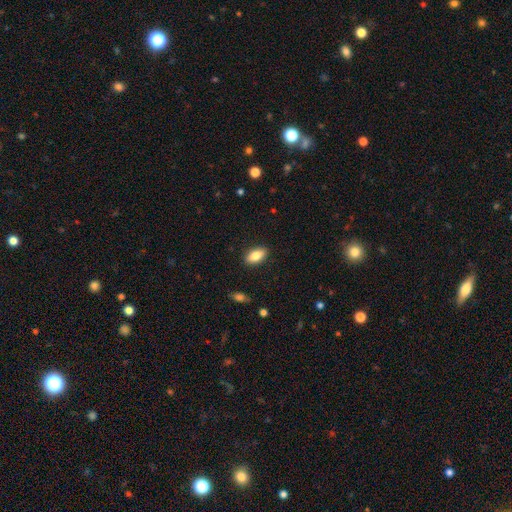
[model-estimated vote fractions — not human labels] Morphology: type=smooth (82%); roundness=in between (91%); merging=none (89%).